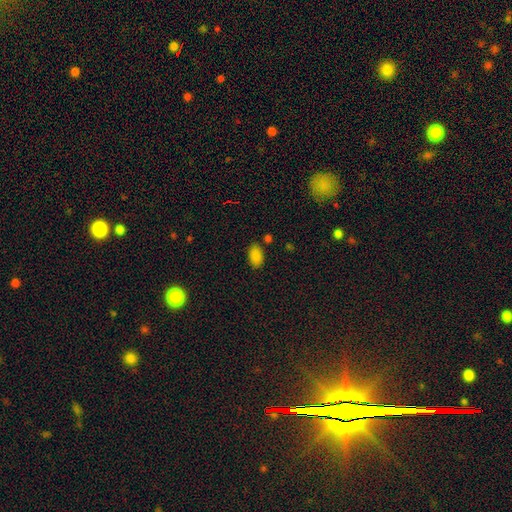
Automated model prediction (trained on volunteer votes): smooth_or_featured: smooth (p=0.85) [alt: star or artifact p=0.11]
how_rounded: in between (p=0.91) [alt: round p=0.07]
merging: none (p=0.80) [alt: minor disturbance p=0.13]